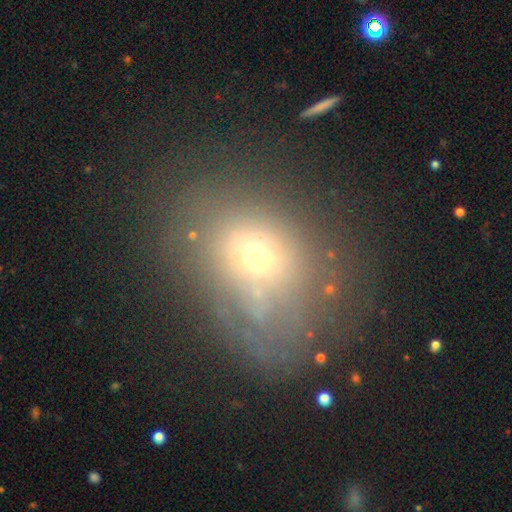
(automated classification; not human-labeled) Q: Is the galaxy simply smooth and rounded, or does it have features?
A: smooth — 56%.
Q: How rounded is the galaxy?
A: in between — 56%.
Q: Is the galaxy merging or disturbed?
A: none — 54%.